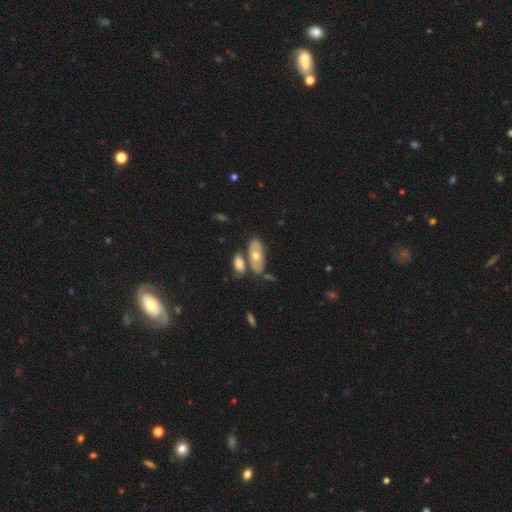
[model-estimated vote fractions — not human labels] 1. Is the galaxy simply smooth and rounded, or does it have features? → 44% featured or disk, 28% smooth, 28% star or artifact.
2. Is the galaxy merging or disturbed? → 49% none, 26% merger, 15% minor disturbance, 10% major disturbance.